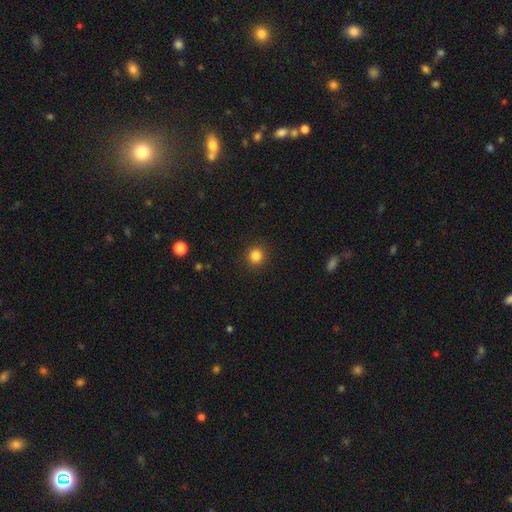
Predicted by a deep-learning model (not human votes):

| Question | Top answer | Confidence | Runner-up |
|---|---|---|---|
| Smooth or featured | smooth | 84% | star or artifact (12%) |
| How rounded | round | 92% | in between (7%) |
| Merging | none | 92% | minor disturbance (5%) |